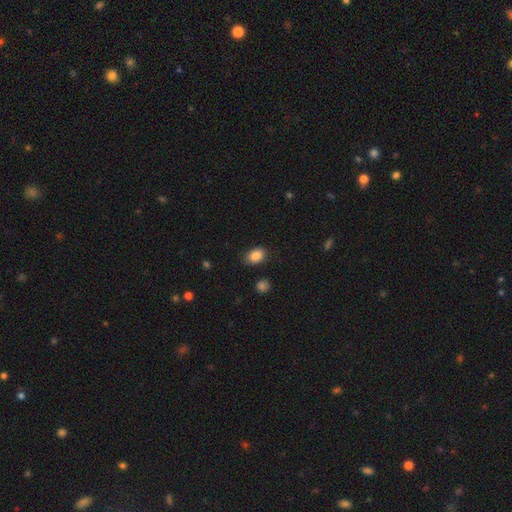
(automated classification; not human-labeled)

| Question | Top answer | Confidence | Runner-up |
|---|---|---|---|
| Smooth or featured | smooth | 87% | star or artifact (9%) |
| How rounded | in between | 80% | round (19%) |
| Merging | none | 85% | minor disturbance (11%) |